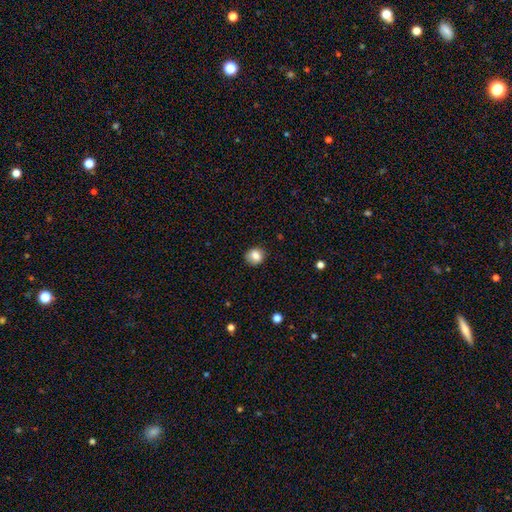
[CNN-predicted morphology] Smooth or featured?
  - smooth: 84% *
  - star or artifact: 9%
  - featured or disk: 7%
How rounded?
  - round: 80% *
  - in between: 19%
  - cigar-shaped: 1%
Merging?
  - none: 85% *
  - minor disturbance: 12%
  - major disturbance: 3%
  - merger: 1%